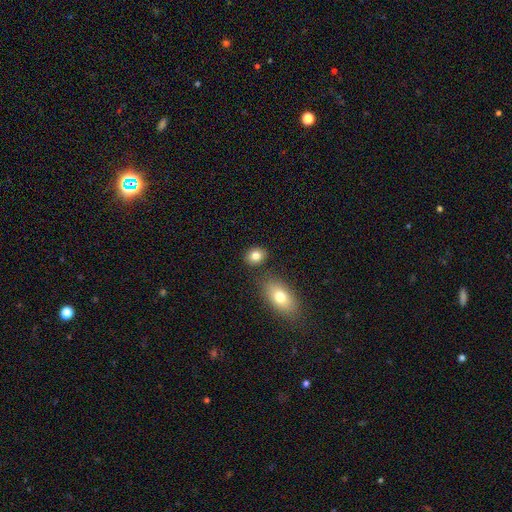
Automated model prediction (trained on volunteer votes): Smooth or featured? Predicted: smooth (p=0.81). How rounded? Predicted: in between (p=0.50). Merging? Predicted: none (p=0.78).